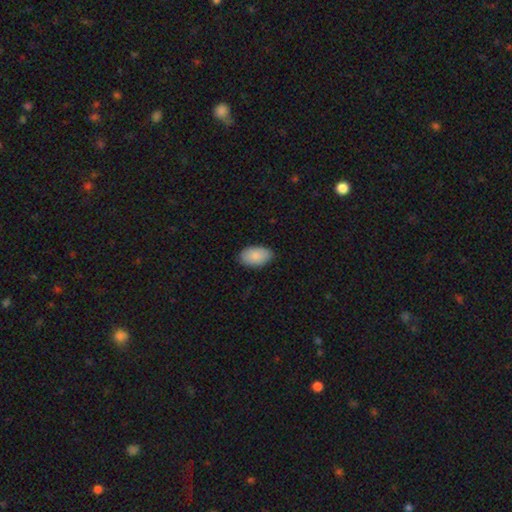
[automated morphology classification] A smooth galaxy with no disk features (88%) that is in between round and cigar-shaped (94%).

Vote fractions:
- Smooth or featured? smooth: 88% / featured or disk: 6% / star or artifact: 6%
- How rounded? in between: 94% / round: 5% / cigar-shaped: 1%
- Merging? none: 86% / minor disturbance: 11% / major disturbance: 2% / merger: 1%